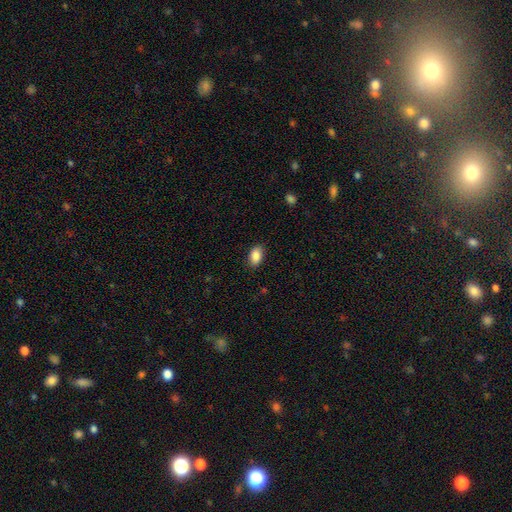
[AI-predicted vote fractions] Smooth or featured?
  - smooth: 88% *
  - star or artifact: 8%
  - featured or disk: 5%
How rounded?
  - in between: 90% *
  - round: 8%
  - cigar-shaped: 2%
Merging?
  - none: 86% *
  - minor disturbance: 10%
  - major disturbance: 2%
  - merger: 1%